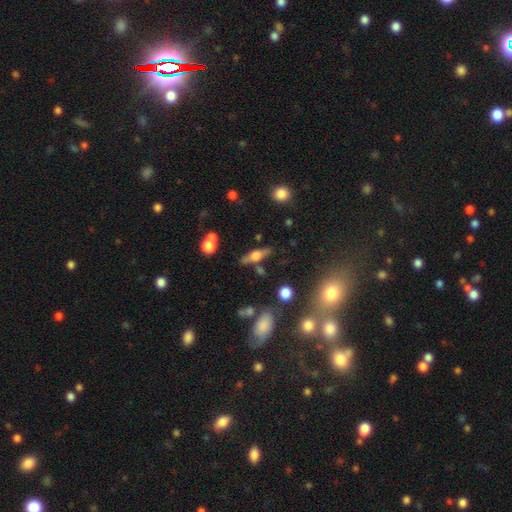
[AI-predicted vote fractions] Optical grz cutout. It shows a featured or disk galaxy (54%) viewed edge-on (89%). Merging: none (75%).